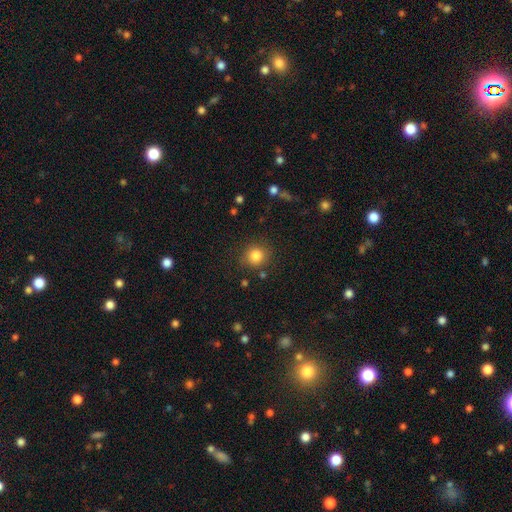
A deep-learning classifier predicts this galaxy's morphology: smooth-or-featured: smooth: 83% | star or artifact: 11% | featured or disk: 6%
  how-rounded: round: 88% | in between: 11% | cigar-shaped: 1%
  merging: none: 84% | minor disturbance: 9% | major disturbance: 3% | merger: 3%